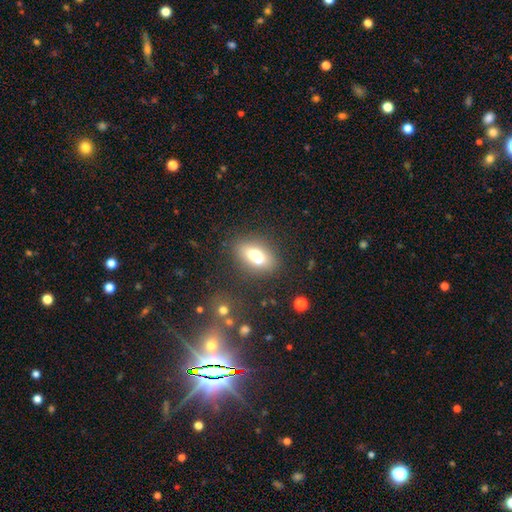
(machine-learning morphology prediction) Smooth or featured?
  - smooth: 70% *
  - featured or disk: 19%
  - star or artifact: 11%
How rounded?
  - in between: 82% *
  - round: 13%
  - cigar-shaped: 6%
Merging?
  - none: 73% *
  - minor disturbance: 13%
  - merger: 9%
  - major disturbance: 5%